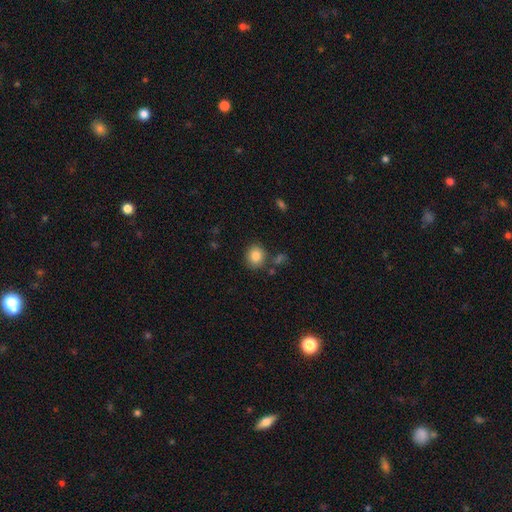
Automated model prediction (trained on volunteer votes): Morphology: type=smooth (85%); roundness=round (75%); merging=none (80%).